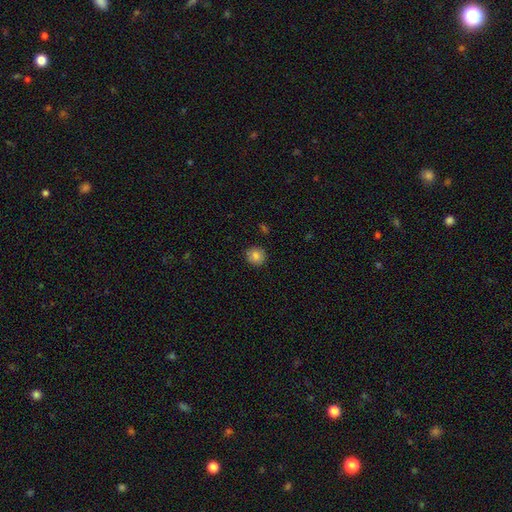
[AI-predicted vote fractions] This appears to be a smooth galaxy with no disk features (84%) that is round (88%). Merging: none (90%).